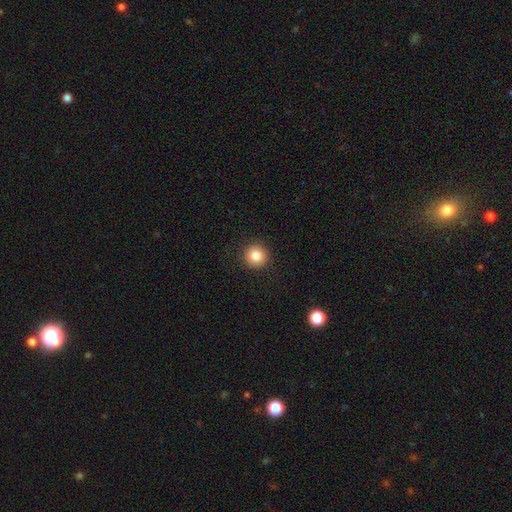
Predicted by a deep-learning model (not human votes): smooth_or_featured: smooth (p=0.84) [alt: star or artifact p=0.10]
how_rounded: round (p=0.95) [alt: in between p=0.04]
merging: none (p=0.92) [alt: minor disturbance p=0.05]